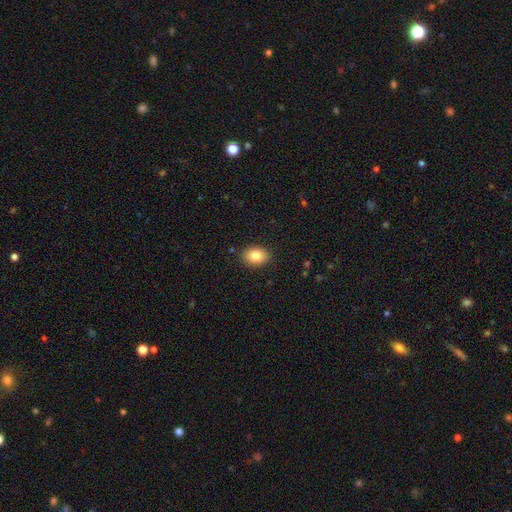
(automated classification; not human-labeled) Smooth or featured? smooth (83%)
How rounded? in between (72%)
Merging? none (89%)